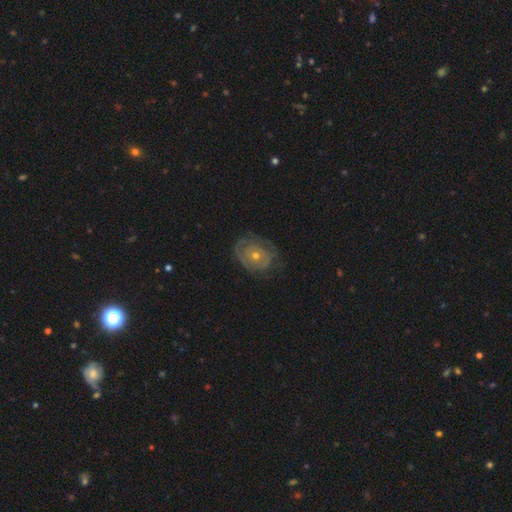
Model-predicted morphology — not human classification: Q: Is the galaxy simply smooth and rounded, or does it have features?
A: featured or disk — 71%.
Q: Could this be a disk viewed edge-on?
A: no — 96%.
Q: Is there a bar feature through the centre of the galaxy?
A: no — 84%.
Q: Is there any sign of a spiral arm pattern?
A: yes — 74%.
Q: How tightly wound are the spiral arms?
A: tight — 71%.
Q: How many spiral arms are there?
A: can't tell — 50%.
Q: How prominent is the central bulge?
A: small — 53%.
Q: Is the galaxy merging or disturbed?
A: none — 71%.